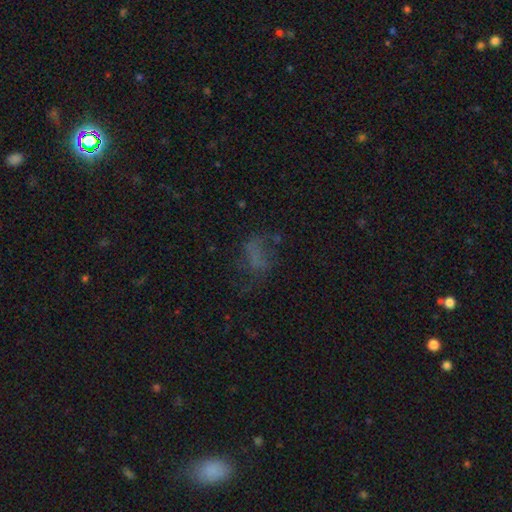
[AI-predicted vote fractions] smooth-or-featured: smooth: 42% | featured or disk: 30% | star or artifact: 28%
  merging: none: 47% | major disturbance: 30% | minor disturbance: 19% | merger: 4%